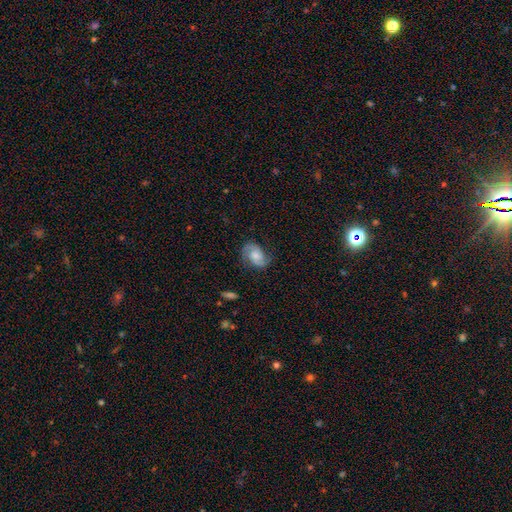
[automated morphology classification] This is likely a featured or disk galaxy (77%). It is clearly not viewed edge-on (98%). Bar: likely no (61%). Spiral arm pattern: clearly yes (96%). Spiral arm count: clearly 2 (91%). Spiral winding: possibly medium (51%). Central bulge: marginally moderate (42%). Merging: likely none (75%).